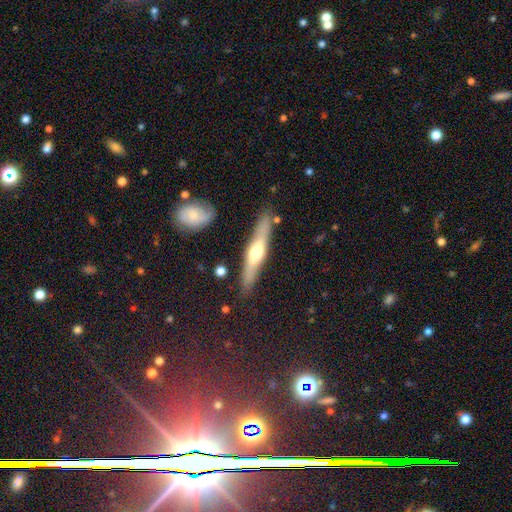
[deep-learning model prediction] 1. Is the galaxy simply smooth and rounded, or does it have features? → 59% featured or disk, 33% smooth, 7% star or artifact.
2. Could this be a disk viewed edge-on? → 91% yes, 9% no.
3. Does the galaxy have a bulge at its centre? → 88% rounded, 7% none, 4% boxy.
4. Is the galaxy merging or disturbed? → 84% none, 11% minor disturbance, 3% merger, 2% major disturbance.